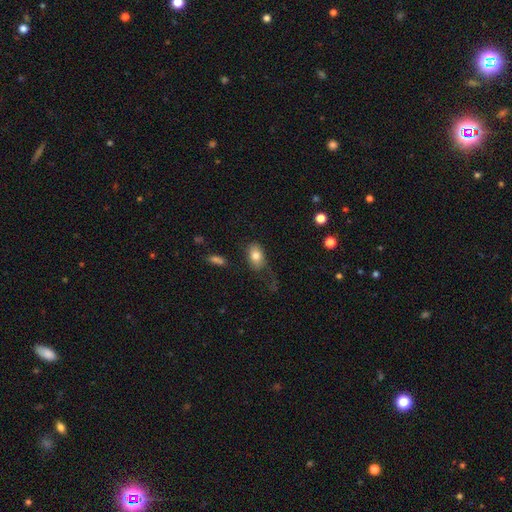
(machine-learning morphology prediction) type=smooth (80%); roundness=in between (85%); merging=none (59%).